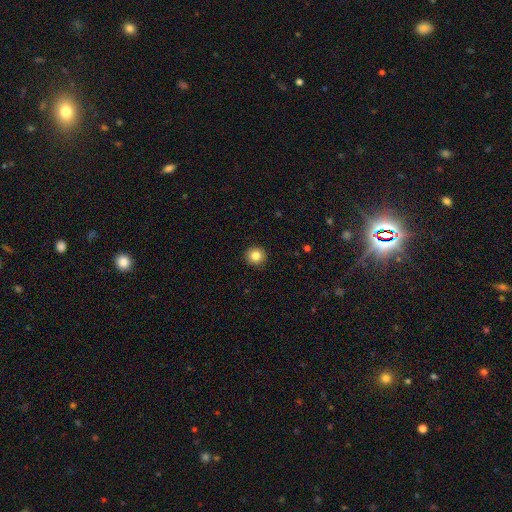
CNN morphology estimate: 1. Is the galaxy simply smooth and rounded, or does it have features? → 83% smooth, 10% star or artifact, 7% featured or disk.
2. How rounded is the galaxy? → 94% round, 6% in between, 1% cigar-shaped.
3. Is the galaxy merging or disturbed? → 93% none, 5% minor disturbance, 1% major disturbance, 1% merger.